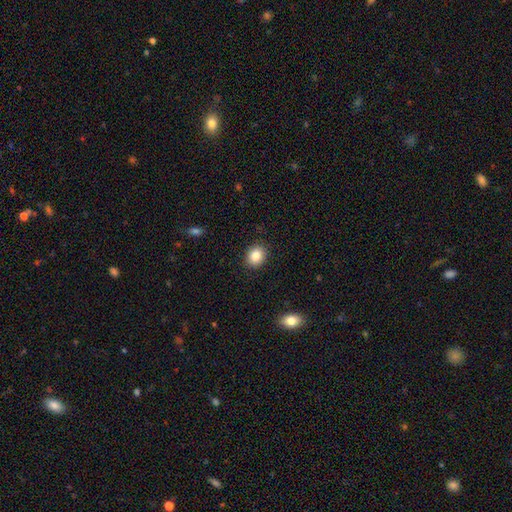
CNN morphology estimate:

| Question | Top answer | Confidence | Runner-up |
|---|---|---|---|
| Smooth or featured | smooth | 86% | star or artifact (9%) |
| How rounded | round | 57% | in between (42%) |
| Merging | none | 89% | minor disturbance (7%) |